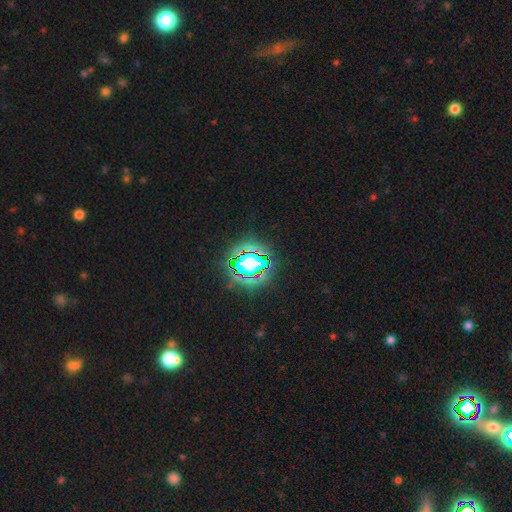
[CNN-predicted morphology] Q: Smooth or featured?
A: star or artifact (81%); runner-up: smooth (12%)